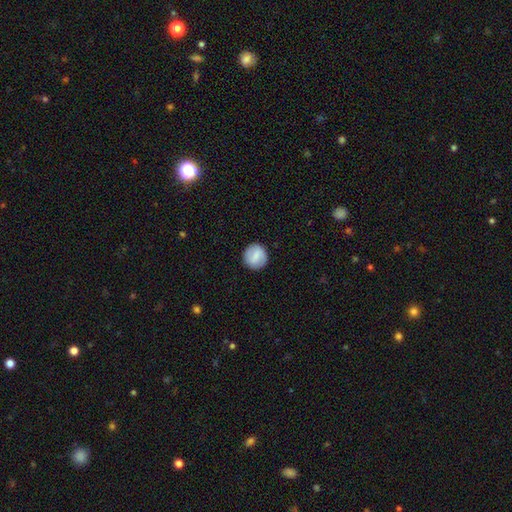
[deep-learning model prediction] smooth 72%, featured or disk 22%, star or artifact 7%. Down the decision tree: how rounded — round (90%); merging — none (90%).